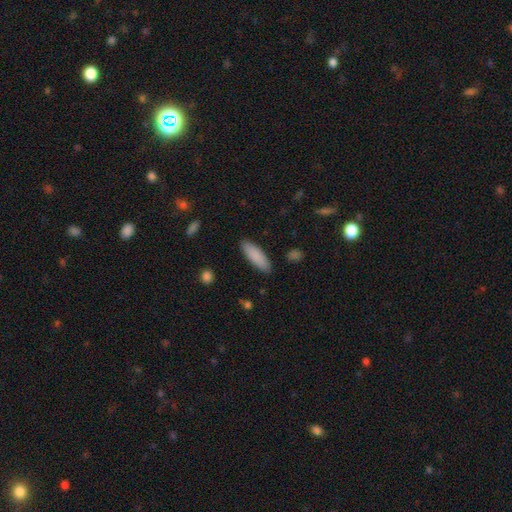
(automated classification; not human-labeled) The model was most divided on "how rounded": in between: 56%, cigar-shaped: 43%, round: 2%. More confident: merging — none (88%); smooth or featured — smooth (87%).